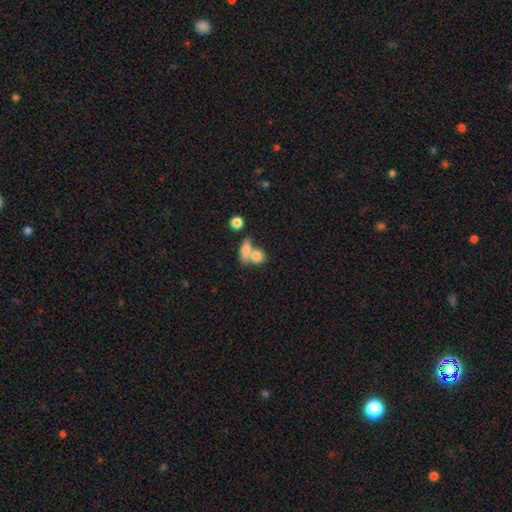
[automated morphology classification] A smooth galaxy with no disk features (79%) that is in between round and cigar-shaped (54%). Merging: merger (59%).